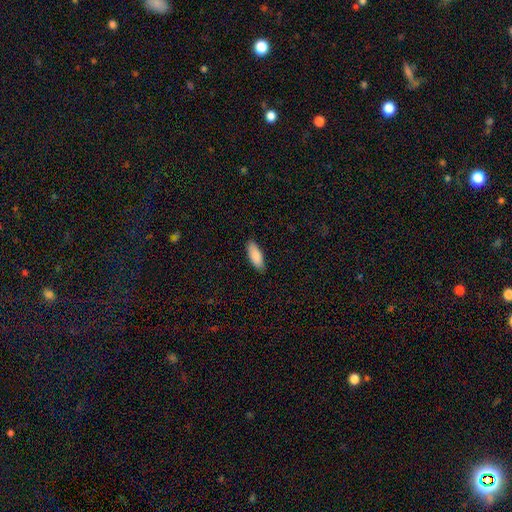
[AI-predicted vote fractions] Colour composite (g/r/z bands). It shows a smooth galaxy with no disk features (89%) that is in between round and cigar-shaped (75%). Merging: none (88%).